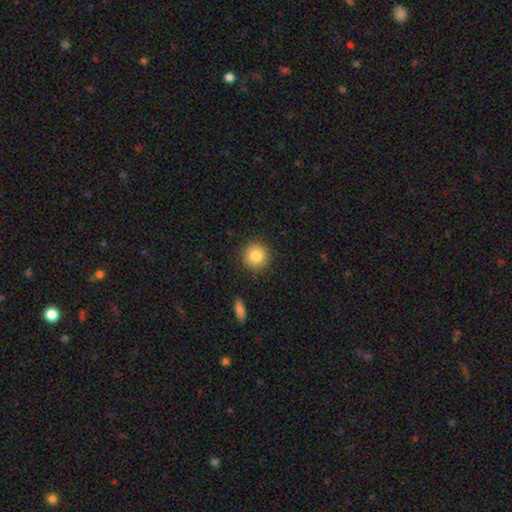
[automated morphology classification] Smooth or featured?
  - smooth: 83% *
  - star or artifact: 9%
  - featured or disk: 8%
How rounded?
  - round: 93% *
  - in between: 6%
  - cigar-shaped: 1%
Merging?
  - none: 90% *
  - minor disturbance: 7%
  - major disturbance: 2%
  - merger: 1%